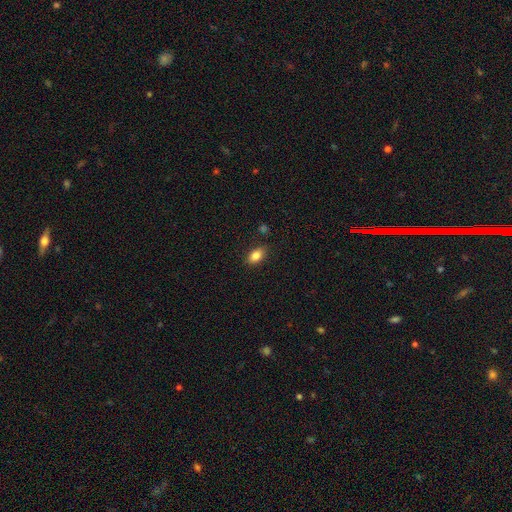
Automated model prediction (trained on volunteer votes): Morphology: type=smooth (85%); roundness=in between (88%); merging=none (85%).